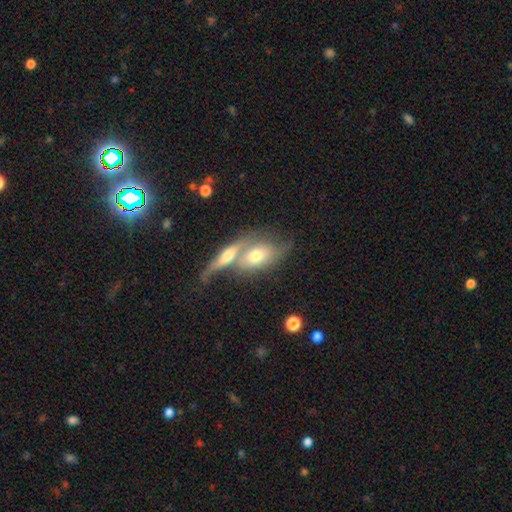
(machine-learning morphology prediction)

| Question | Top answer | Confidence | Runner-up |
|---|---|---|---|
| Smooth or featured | smooth | 48% | featured or disk (45%) |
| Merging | merger | 57% | none (26%) |